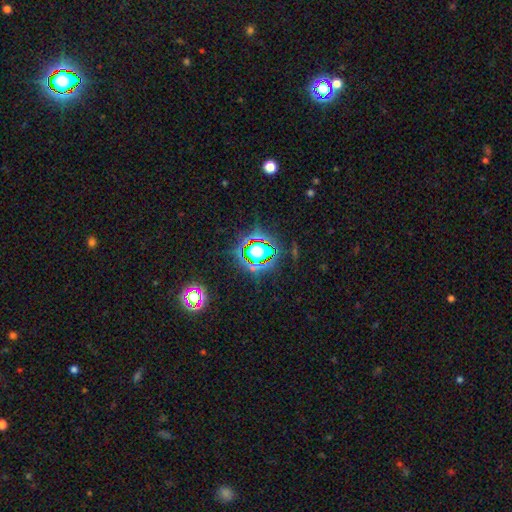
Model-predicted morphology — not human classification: Q: Smooth or featured?
A: star or artifact (74%); runner-up: smooth (16%)